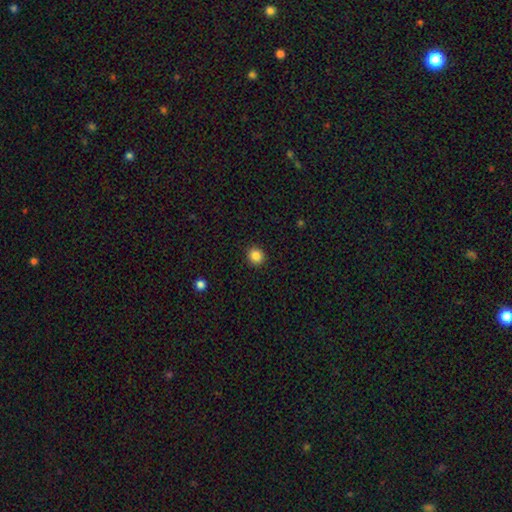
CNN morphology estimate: smooth-or-featured: smooth: 86% | star or artifact: 10% | featured or disk: 4%
  how-rounded: round: 87% | in between: 12% | cigar-shaped: 1%
  merging: none: 92% | minor disturbance: 5% | major disturbance: 2% | merger: 1%